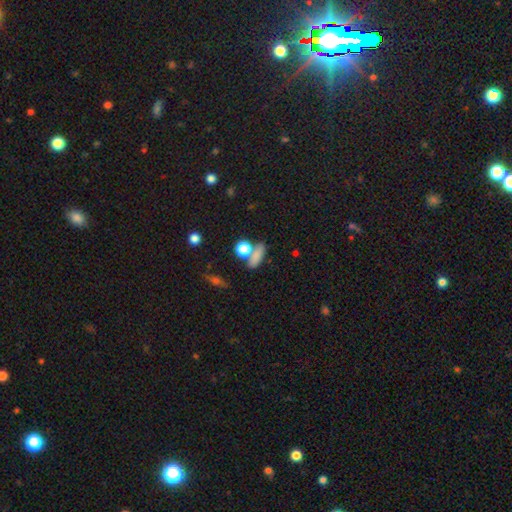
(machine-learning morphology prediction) Smooth or featured? Predicted: smooth (p=0.78). How rounded? Predicted: in between (p=0.54). Merging? Predicted: none (p=0.58).